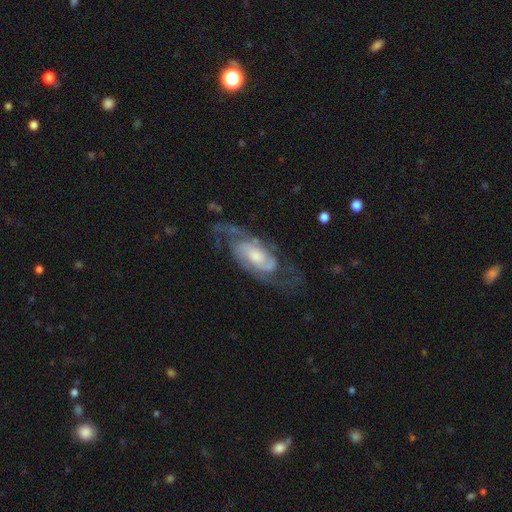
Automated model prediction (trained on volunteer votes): Smooth or featured? featured or disk (87%)
Edge-on disk? no (93%)
Bar? no (58%)
Spiral arms? yes (96%)
Spiral winding? medium (46%)
Spiral arm count? 2 (73%)
Bulge size? moderate (49%)
Merging? none (68%)